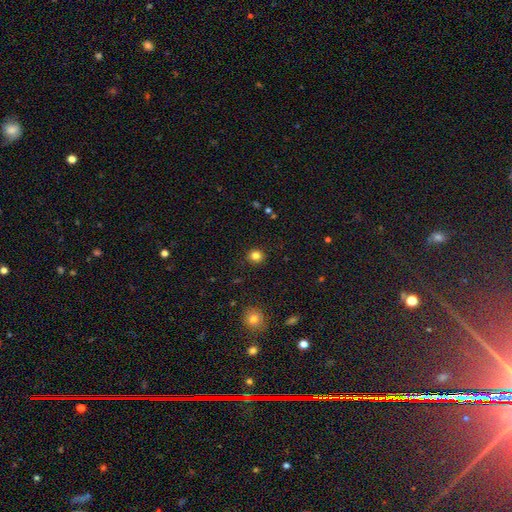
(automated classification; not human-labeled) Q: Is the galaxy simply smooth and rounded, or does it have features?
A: smooth — 83%.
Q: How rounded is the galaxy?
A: round — 85%.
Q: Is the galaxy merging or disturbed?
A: none — 91%.